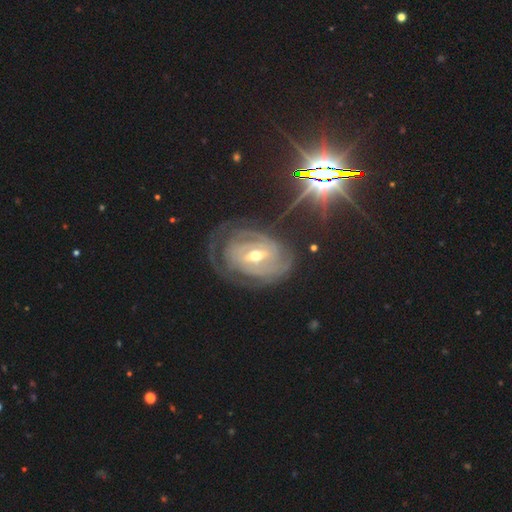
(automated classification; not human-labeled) A featured or disk galaxy (84%) with a weak bar (42%), tight (69%) spiral arms (92%) and a moderate central bulge (60%).

Vote fractions:
- Smooth or featured? featured or disk: 84% / star or artifact: 9% / smooth: 7%
- Edge-on disk? no: 95% / yes: 5%
- Bar? weak: 42% / strong: 41% / no: 17%
- Spiral arms? yes: 92% / no: 8%
- Spiral winding? tight: 69% / medium: 24% / loose: 7%
- Spiral arm count? can't tell: 38% / 2: 30% / 3: 15% / 4: 6% / 1: 5% / more than 4: 5%
- Bulge size? moderate: 60% / small: 36% / large: 2% / none: 1% / dominant: 1%
- Merging? none: 66% / minor disturbance: 19% / major disturbance: 13% / merger: 2%